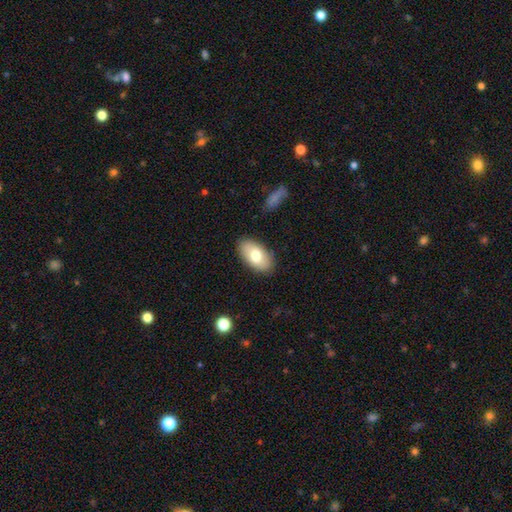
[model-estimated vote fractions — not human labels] The model was most divided on "smooth or featured": smooth: 74%, featured or disk: 20%, star or artifact: 6%. More confident: how rounded — in between (94%); merging — none (86%).